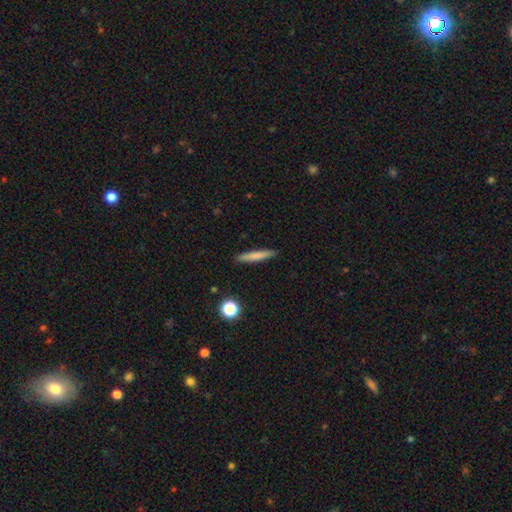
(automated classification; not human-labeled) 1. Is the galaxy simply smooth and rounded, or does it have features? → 76% smooth, 17% featured or disk, 7% star or artifact.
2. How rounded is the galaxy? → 93% cigar-shaped, 6% in between, 2% round.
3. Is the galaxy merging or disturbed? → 90% none, 7% minor disturbance, 2% major disturbance, 1% merger.